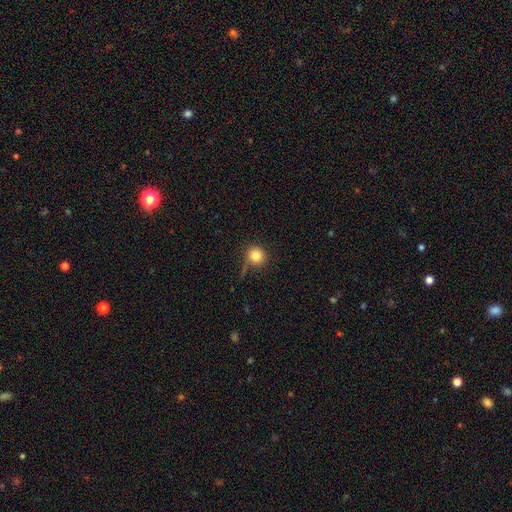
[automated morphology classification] Smooth or featured: smooth — 83% (star or artifact — 11%)
How rounded: round — 94% (in between — 6%)
Merging: none — 77% (minor disturbance — 15%)